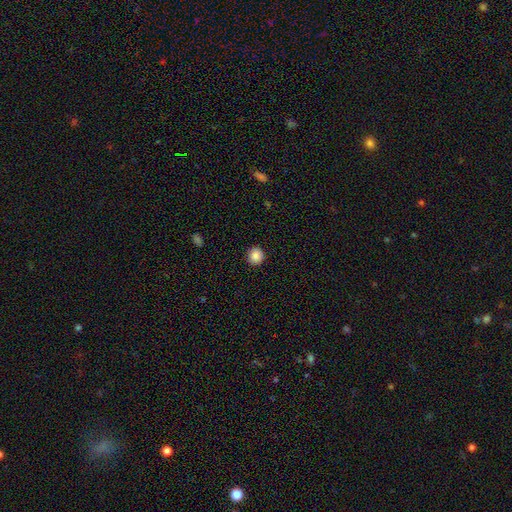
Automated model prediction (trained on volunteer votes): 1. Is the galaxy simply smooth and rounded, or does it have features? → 87% smooth, 9% star or artifact, 3% featured or disk.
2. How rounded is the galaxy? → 92% round, 7% in between, 1% cigar-shaped.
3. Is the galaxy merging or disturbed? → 92% none, 5% minor disturbance, 2% major disturbance, 1% merger.